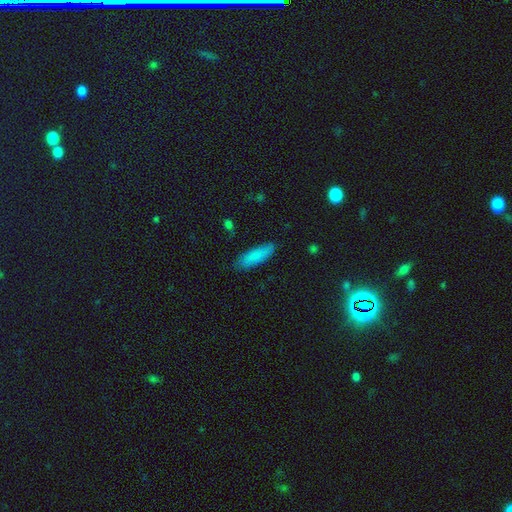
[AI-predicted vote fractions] A smooth galaxy with no disk features (84%) that is in between round and cigar-shaped (51%). Merging: none (83%).